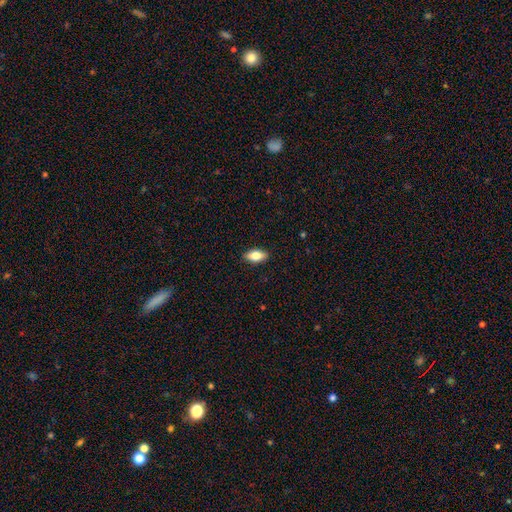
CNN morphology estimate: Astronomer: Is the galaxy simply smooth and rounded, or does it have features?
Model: smooth — 75%.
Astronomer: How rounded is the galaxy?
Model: in between — 86%.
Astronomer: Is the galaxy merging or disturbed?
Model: none — 88%.